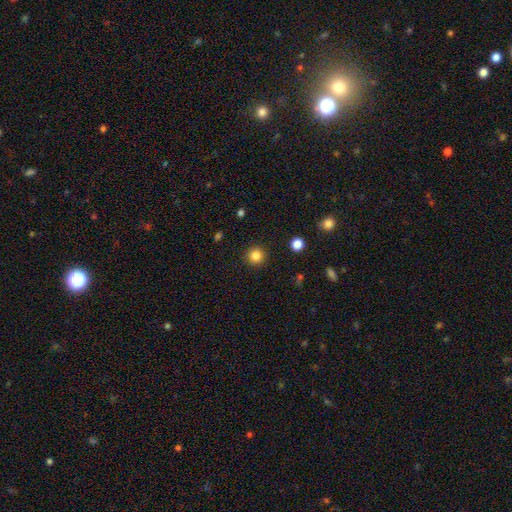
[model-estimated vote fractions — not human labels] Smooth or featured? Predicted: smooth (p=0.84). How rounded? Predicted: round (p=0.95). Merging? Predicted: none (p=0.92).